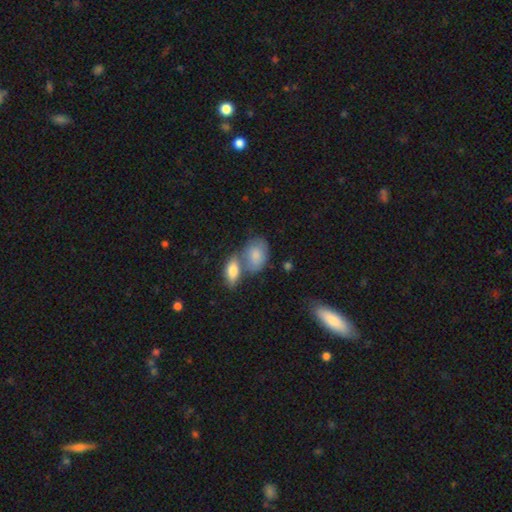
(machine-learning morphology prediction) smooth_or_featured: smooth (p=0.80) [alt: featured or disk p=0.14]
how_rounded: in between (p=0.86) [alt: round p=0.12]
merging: merger (p=0.43) [alt: none p=0.37]